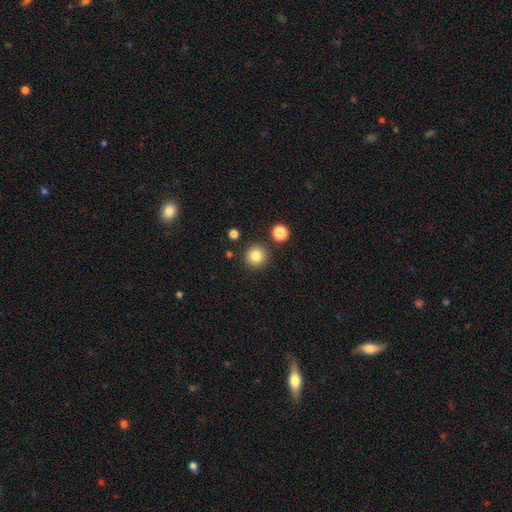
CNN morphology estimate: smooth 83%, star or artifact 11%, featured or disk 6%. Down the decision tree: how rounded — round (94%); merging — none (88%).